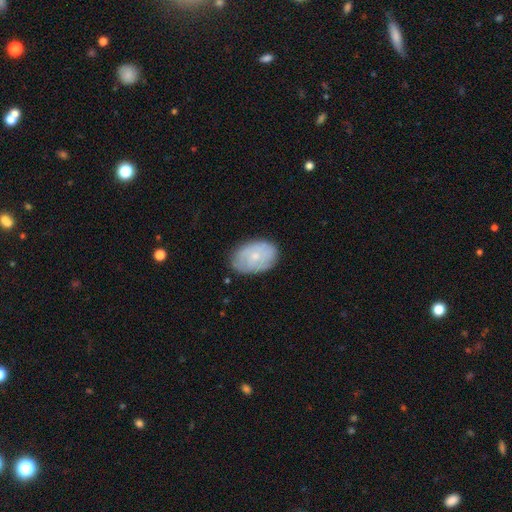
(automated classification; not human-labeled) Smooth or featured: smooth — 53% (featured or disk — 40%)
How rounded: in between — 86% (round — 13%)
Merging: none — 77% (minor disturbance — 18%)